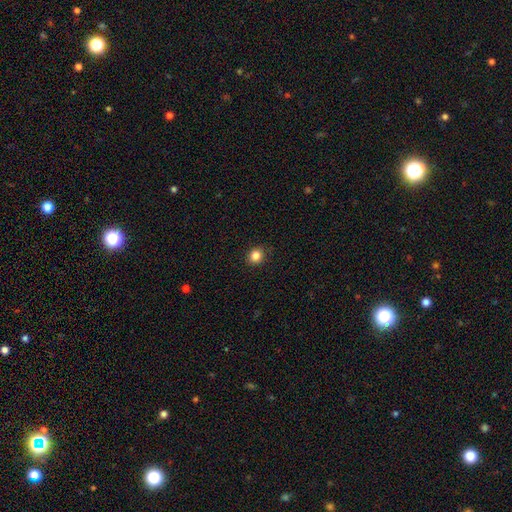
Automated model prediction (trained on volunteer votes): This is clearly a smooth galaxy (85%). How rounded: clearly round (82%). Merging: clearly none (90%).